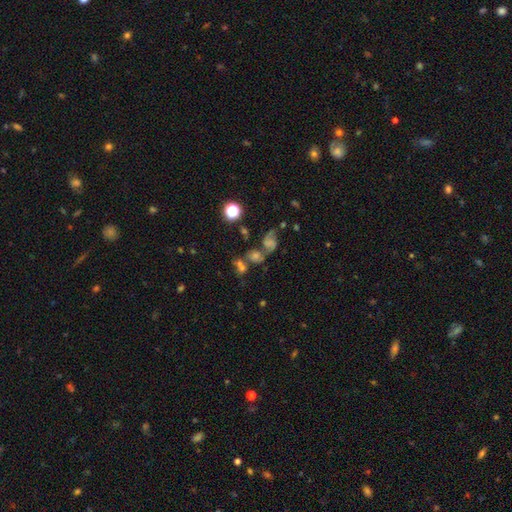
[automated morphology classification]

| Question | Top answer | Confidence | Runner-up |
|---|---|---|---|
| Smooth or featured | featured or disk | 39% | smooth (34%) |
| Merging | merger | 38% | tied: none (38%) |